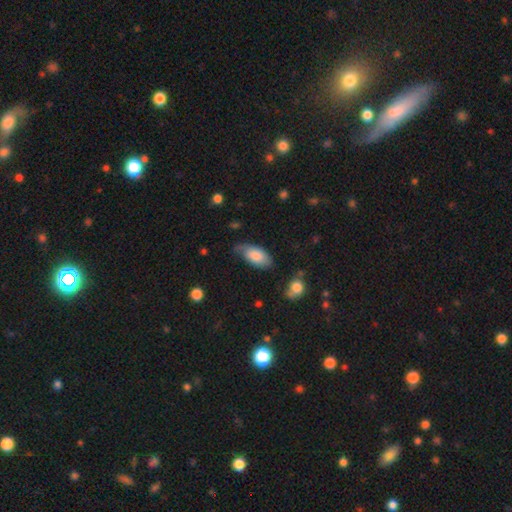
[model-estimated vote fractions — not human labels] Smooth or featured: smooth — 73% (featured or disk — 20%)
How rounded: in between — 92% (cigar-shaped — 4%)
Merging: none — 48% (minor disturbance — 37%)